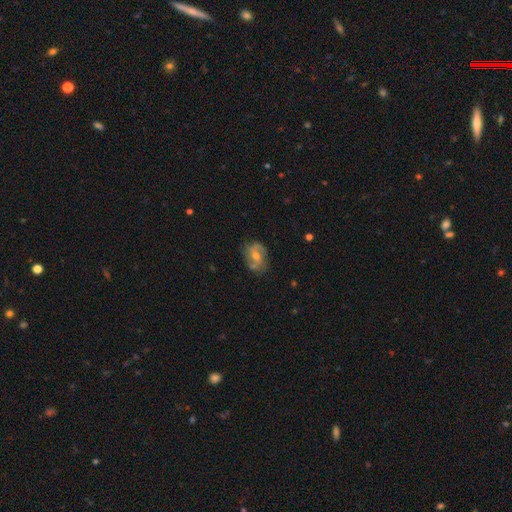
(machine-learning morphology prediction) Q: Smooth or featured?
A: featured or disk (71%); runner-up: smooth (19%)
Q: Edge-on disk?
A: no (96%); runner-up: yes (4%)
Q: Bar?
A: no (47%); runner-up: weak (42%)
Q: Spiral arms?
A: yes (87%); runner-up: no (13%)
Q: Spiral winding?
A: medium (47%); runner-up: loose (27%)
Q: Spiral arm count?
A: 2 (76%); runner-up: can't tell (12%)
Q: Bulge size?
A: moderate (63%); runner-up: small (30%)
Q: Merging?
A: none (75%); runner-up: minor disturbance (17%)